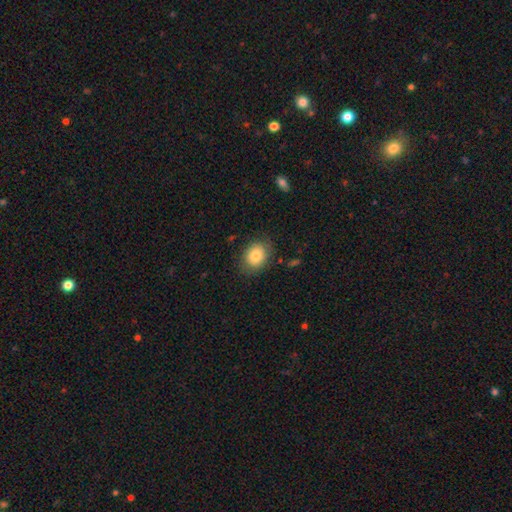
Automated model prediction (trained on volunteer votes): smooth-or-featured: smooth: 81% | featured or disk: 10% | star or artifact: 8%
  how-rounded: in between: 58% | round: 41% | cigar-shaped: 1%
  merging: none: 79% | minor disturbance: 15% | major disturbance: 4% | merger: 1%